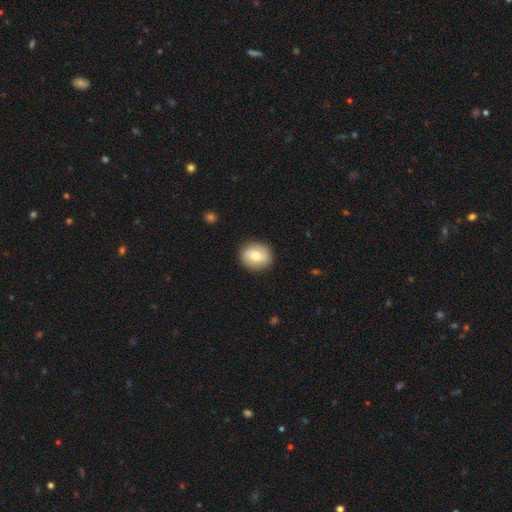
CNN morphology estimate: A smooth galaxy with no disk features (61%) that is round (77%).

Vote fractions:
- Smooth or featured? smooth: 61% / featured or disk: 33% / star or artifact: 7%
- How rounded? round: 77% / in between: 22% / cigar-shaped: 1%
- Merging? none: 88% / minor disturbance: 9% / major disturbance: 2% / merger: 1%